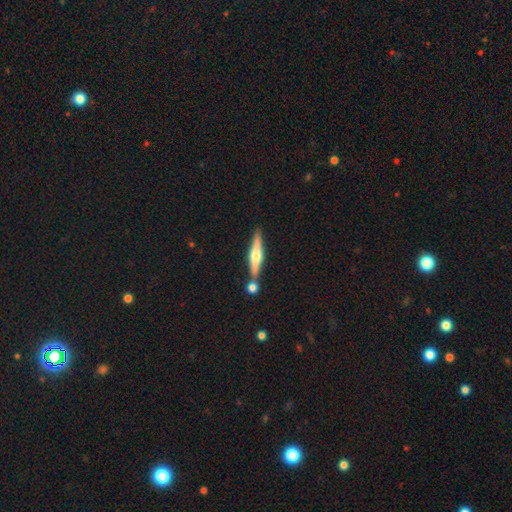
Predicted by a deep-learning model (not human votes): Morphology: type=featured or disk (68%); edge-on=yes (97%); edge-on bulge=rounded (89%); merging=none (75%).